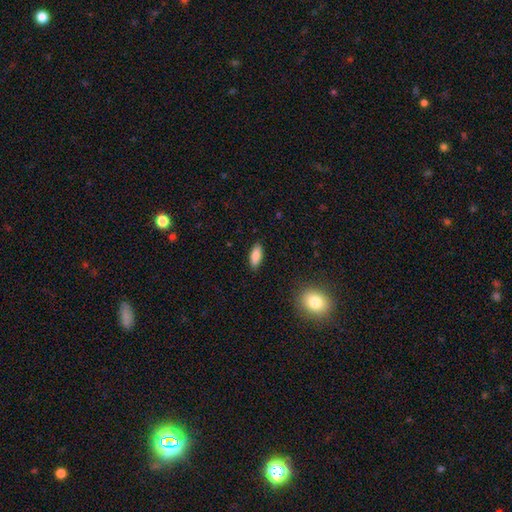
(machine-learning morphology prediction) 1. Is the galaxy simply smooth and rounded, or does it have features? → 87% smooth, 7% star or artifact, 6% featured or disk.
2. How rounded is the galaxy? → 77% in between, 21% cigar-shaped, 2% round.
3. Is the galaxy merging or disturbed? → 87% none, 9% minor disturbance, 2% major disturbance, 1% merger.